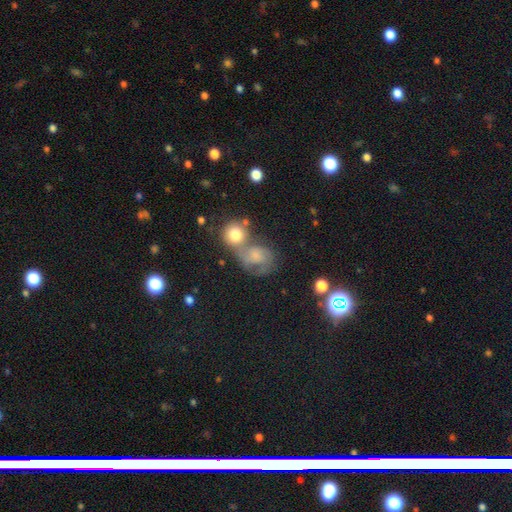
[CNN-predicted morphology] featured or disk 53%, smooth 35%, star or artifact 11%. Down the decision tree: edge-on disk — no (97%); bar — no (68%); spiral arms — yes (83%); bulge size — small (37%); merging — merger (43%).